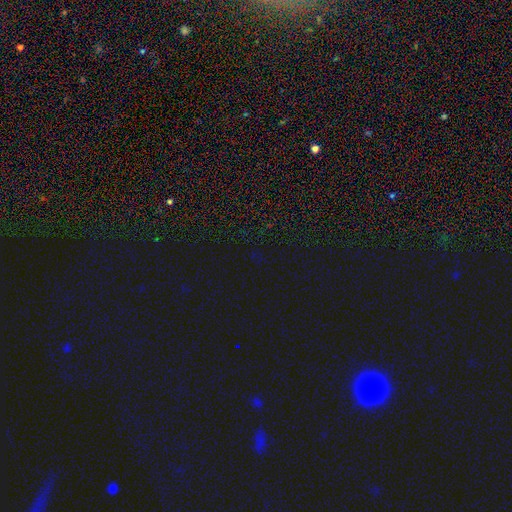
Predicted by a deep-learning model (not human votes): smooth_or_featured: star or artifact (p=0.76) [alt: smooth p=0.18]